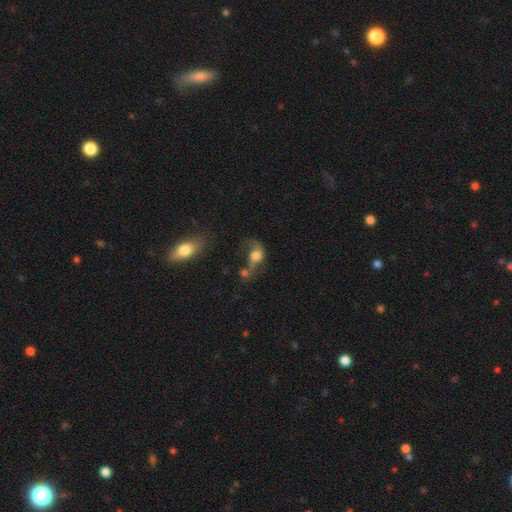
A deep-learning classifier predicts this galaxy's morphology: Smooth or featured? smooth (48%)
Merging? major disturbance (37%)